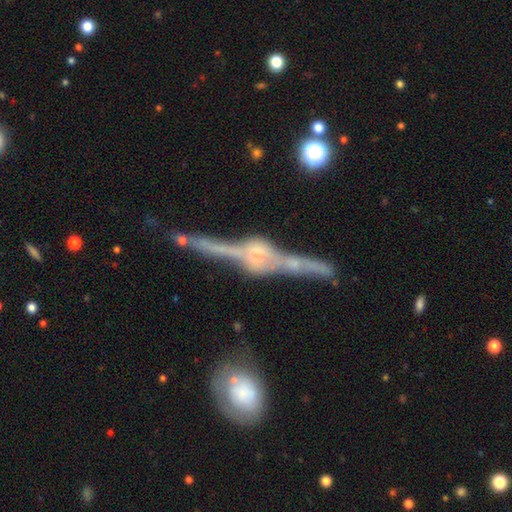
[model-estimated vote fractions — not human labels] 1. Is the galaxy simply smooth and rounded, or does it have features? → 84% featured or disk, 9% star or artifact, 8% smooth.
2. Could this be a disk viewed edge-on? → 94% yes, 6% no.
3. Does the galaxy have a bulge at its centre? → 60% rounded, 25% boxy, 15% none.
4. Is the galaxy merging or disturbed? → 64% none, 17% minor disturbance, 11% merger, 9% major disturbance.